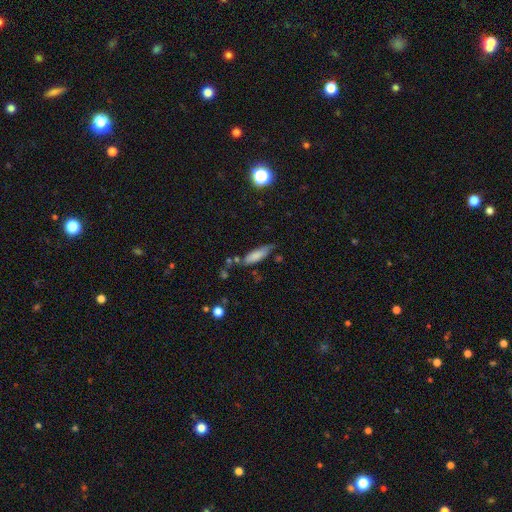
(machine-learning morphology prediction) Q: Smooth or featured?
A: smooth (78%); runner-up: featured or disk (14%)
Q: How rounded?
A: cigar-shaped (52%); runner-up: in between (46%)
Q: Merging?
A: none (61%); runner-up: minor disturbance (27%)